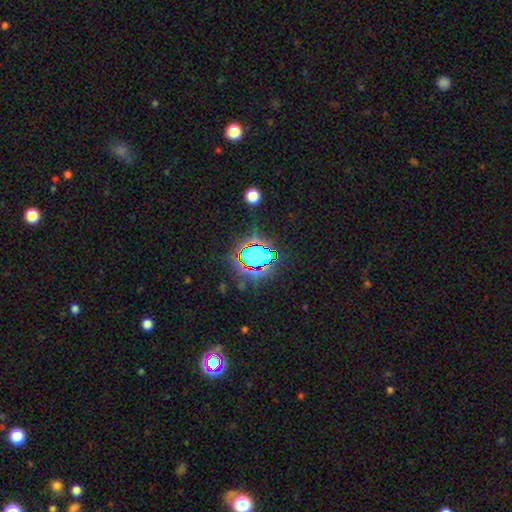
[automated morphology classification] This is likely a star or artifact rather than a galaxy (65%).